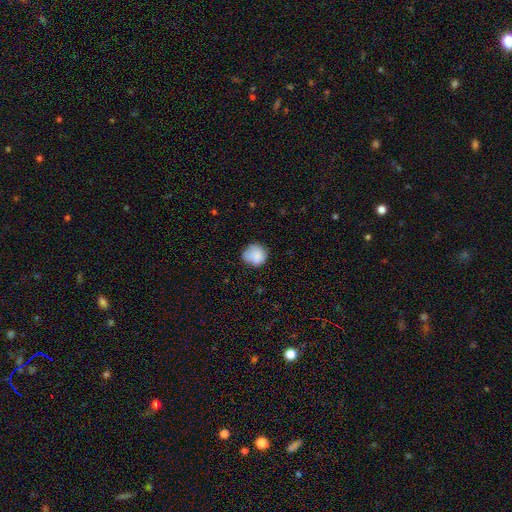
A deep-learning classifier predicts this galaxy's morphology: Overall: smooth (83%). How rounded: round (83%). Merging: none (68%).